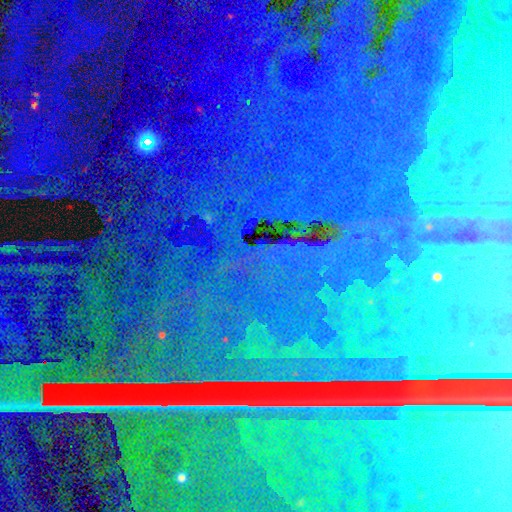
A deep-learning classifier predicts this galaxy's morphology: This appears to be a star or artifact, not a galaxy (88%).